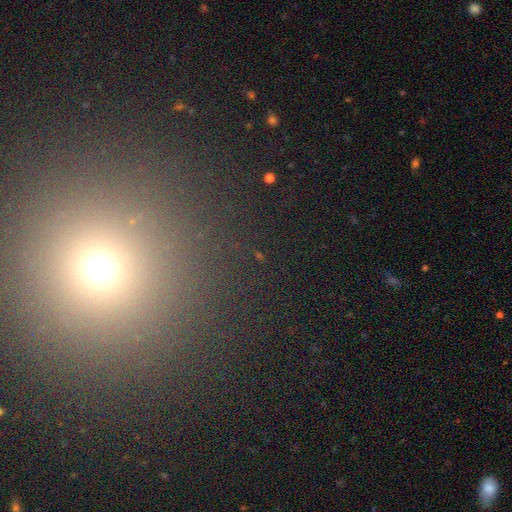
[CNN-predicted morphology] smooth-or-featured: smooth: 52% | star or artifact: 39% | featured or disk: 9%
  how-rounded: round: 95% | in between: 4% | cigar-shaped: 1%
  merging: none: 89% | minor disturbance: 5% | major disturbance: 3% | merger: 2%